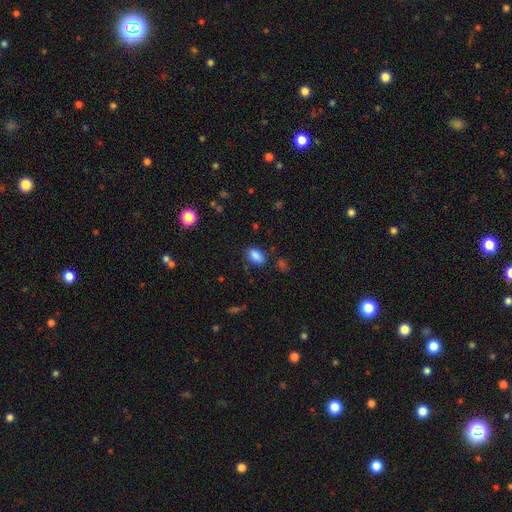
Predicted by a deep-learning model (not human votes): This is clearly a smooth galaxy (86%). How rounded: clearly in between (90%). Merging: likely none (78%).